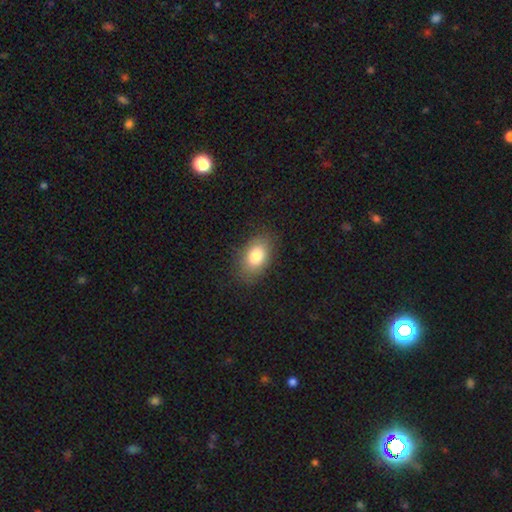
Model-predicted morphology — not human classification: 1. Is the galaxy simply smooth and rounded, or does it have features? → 80% smooth, 11% featured or disk, 9% star or artifact.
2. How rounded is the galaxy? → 86% in between, 13% round, 1% cigar-shaped.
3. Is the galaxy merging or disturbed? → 83% none, 12% minor disturbance, 4% major disturbance, 1% merger.